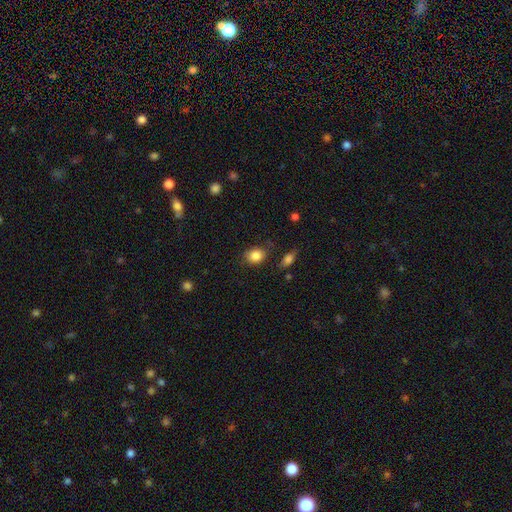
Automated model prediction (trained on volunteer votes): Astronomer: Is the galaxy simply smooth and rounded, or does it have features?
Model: smooth — 85%.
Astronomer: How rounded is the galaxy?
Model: round — 55% (runner-up: in between, 44%).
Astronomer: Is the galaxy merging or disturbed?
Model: none — 75%.